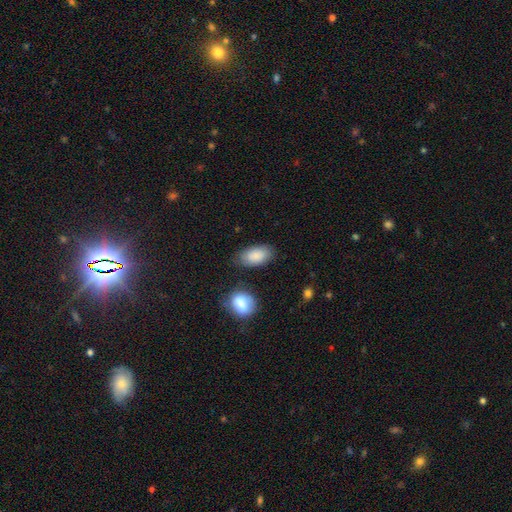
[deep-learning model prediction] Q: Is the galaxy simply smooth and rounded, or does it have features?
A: smooth — 86%.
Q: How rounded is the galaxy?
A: in between — 94%.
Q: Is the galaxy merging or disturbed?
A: none — 74%.